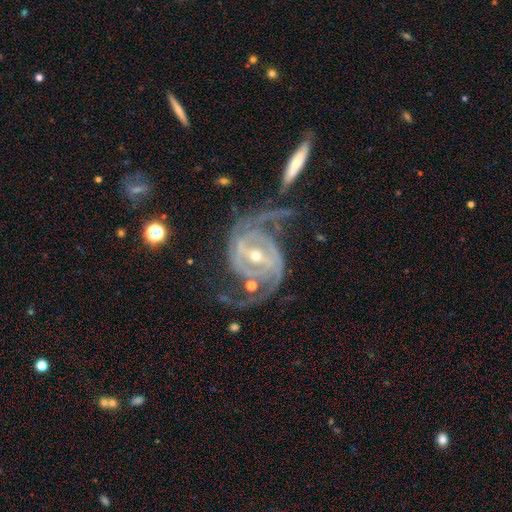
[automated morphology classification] Smooth or featured?
  - featured or disk: 93% *
  - star or artifact: 4%
  - smooth: 3%
Edge-on disk?
  - no: 97% *
  - yes: 3%
Bar?
  - strong: 55% *
  - weak: 32%
  - no: 13%
Spiral arms?
  - yes: 98% *
  - no: 2%
Spiral winding?
  - medium: 51% *
  - tight: 30%
  - loose: 19%
Spiral arm count?
  - 2: 78% *
  - 3: 9%
  - can't tell: 4%
  - 4: 3%
  - 1: 3%
  - more than 4: 3%
Bulge size?
  - small: 52% *
  - moderate: 44%
  - large: 2%
  - none: 1%
  - dominant: 1%
Merging?
  - none: 58% *
  - major disturbance: 19%
  - minor disturbance: 18%
  - merger: 6%